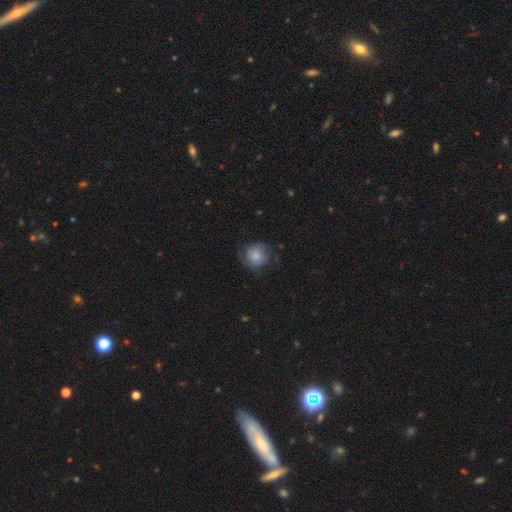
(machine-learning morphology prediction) Smooth or featured?
  - smooth: 61% *
  - featured or disk: 31%
  - star or artifact: 8%
How rounded?
  - round: 83% *
  - in between: 16%
  - cigar-shaped: 1%
Merging?
  - none: 62% *
  - minor disturbance: 24%
  - major disturbance: 14%
  - merger: 1%